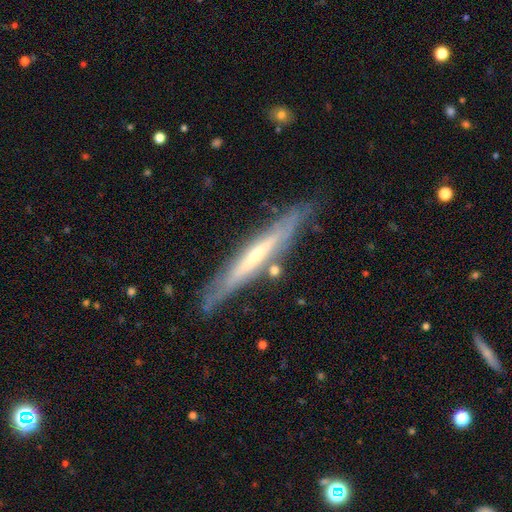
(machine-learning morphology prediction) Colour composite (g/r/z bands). It shows a featured or disk galaxy (72%) viewed edge-on (87%) with a rounded central bulge (51%). Merging: none (80%).